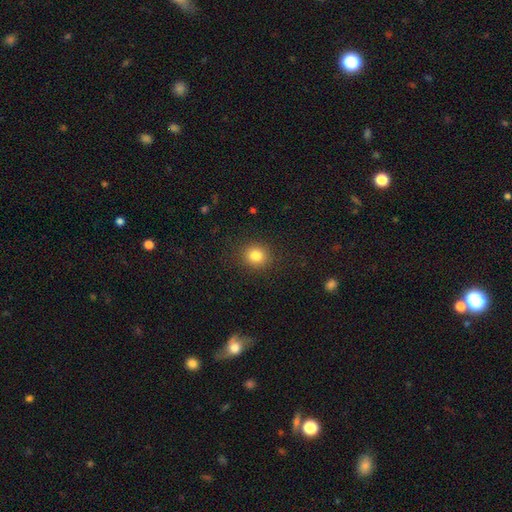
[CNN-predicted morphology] Overall: smooth (83%). How rounded: round (83%). Merging: none (89%).